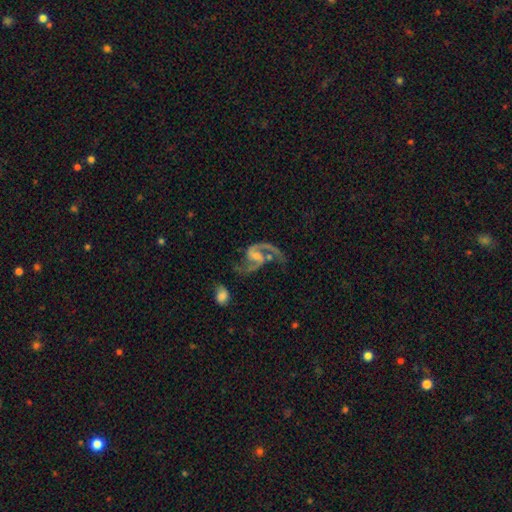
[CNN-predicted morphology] This appears to be a featured or disk galaxy (92%) with a weak bar (47%), 2 (91%) loose (47%) spiral arms (98%) and a small central bulge (51%). Merging: none (56%).